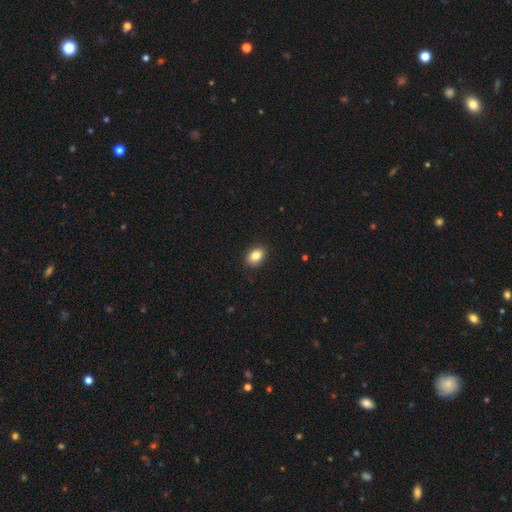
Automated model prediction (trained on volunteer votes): A smooth galaxy with no disk features (84%) that is in between round and cigar-shaped (75%).

Vote fractions:
- Smooth or featured? smooth: 84% / star or artifact: 9% / featured or disk: 7%
- How rounded? in between: 75% / round: 24% / cigar-shaped: 1%
- Merging? none: 89% / minor disturbance: 8% / major disturbance: 2% / merger: 1%